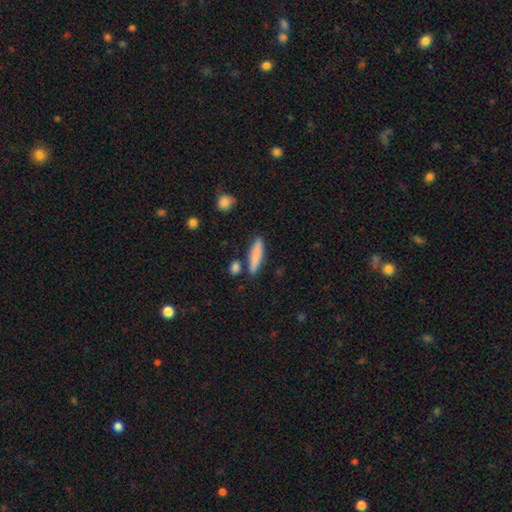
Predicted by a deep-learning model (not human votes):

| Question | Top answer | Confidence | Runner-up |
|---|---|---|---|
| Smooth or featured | smooth | 82% | featured or disk (12%) |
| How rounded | cigar-shaped | 81% | in between (17%) |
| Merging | none | 80% | minor disturbance (10%) |